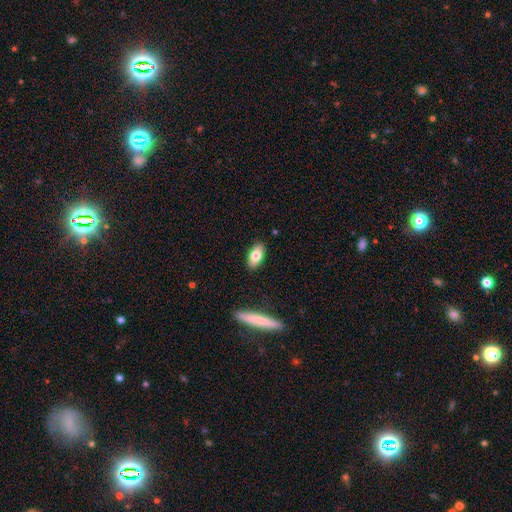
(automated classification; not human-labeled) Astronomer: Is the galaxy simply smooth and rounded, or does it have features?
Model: smooth — 76%.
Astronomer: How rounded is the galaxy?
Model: in between — 85%.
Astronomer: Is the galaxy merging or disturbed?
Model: none — 88%.